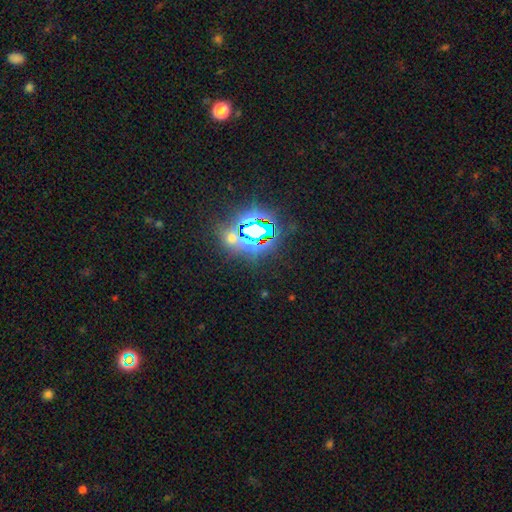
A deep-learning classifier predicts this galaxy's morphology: star or artifact 82%, smooth 11%, featured or disk 6%.